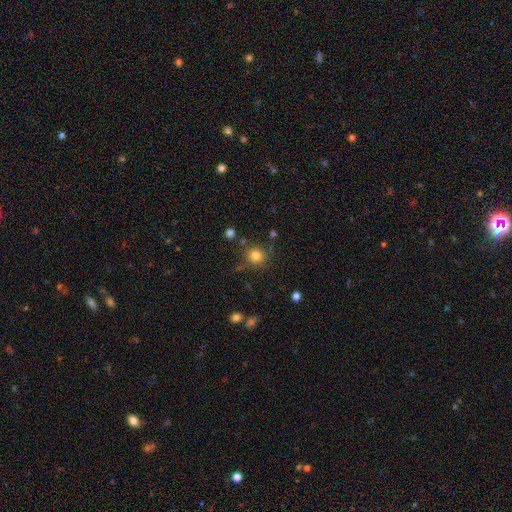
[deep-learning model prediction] A smooth galaxy with no disk features (80%) that is round (90%). Merging: none (81%).